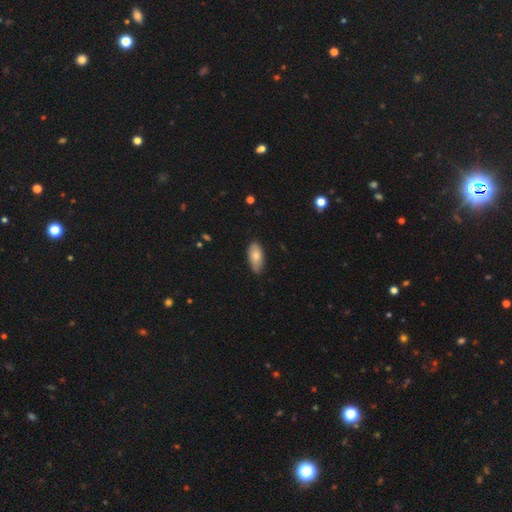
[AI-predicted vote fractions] Overall: smooth (78%). How rounded: in between (91%). Merging: none (76%).